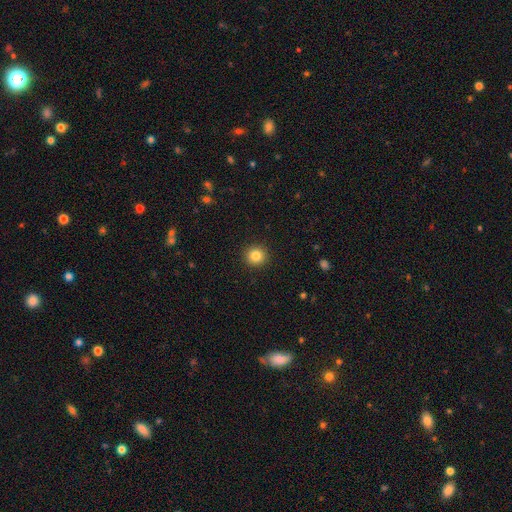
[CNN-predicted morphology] Smooth or featured? Predicted: smooth (p=0.84). How rounded? Predicted: round (p=0.94). Merging? Predicted: none (p=0.93).